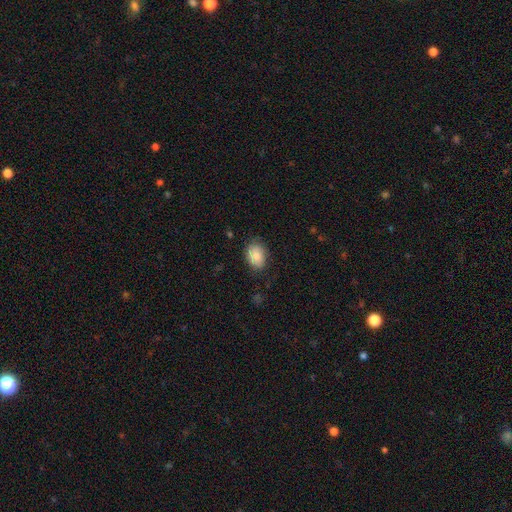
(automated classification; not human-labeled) Q: Smooth or featured?
A: smooth (84%); runner-up: featured or disk (8%)
Q: How rounded?
A: in between (75%); runner-up: round (24%)
Q: Merging?
A: none (74%); runner-up: minor disturbance (19%)